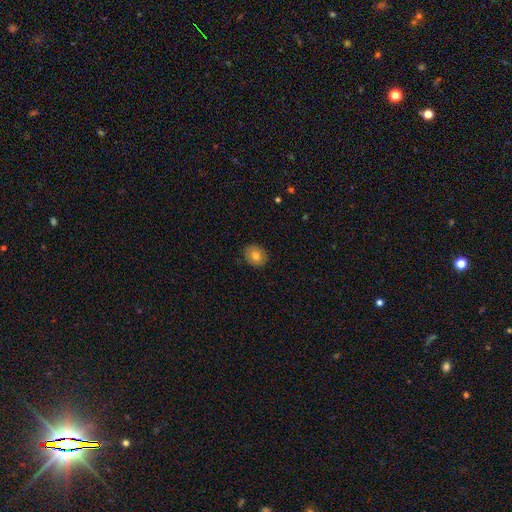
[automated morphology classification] Q: Smooth or featured?
A: smooth (78%); runner-up: featured or disk (13%)
Q: How rounded?
A: round (64%); runner-up: in between (35%)
Q: Merging?
A: none (86%); runner-up: minor disturbance (11%)